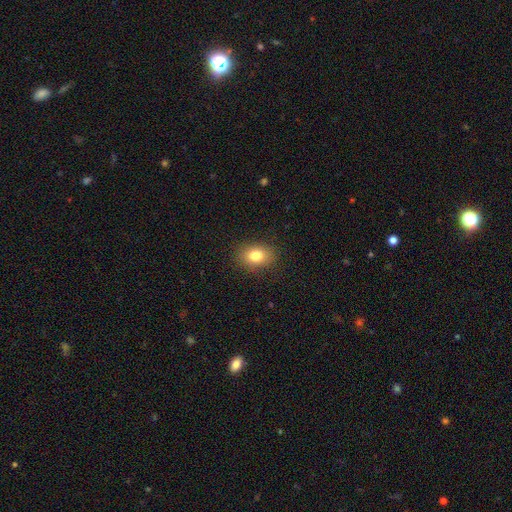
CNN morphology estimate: Smooth or featured? Predicted: smooth (p=0.81). How rounded? Predicted: in between (p=0.67). Merging? Predicted: none (p=0.87).